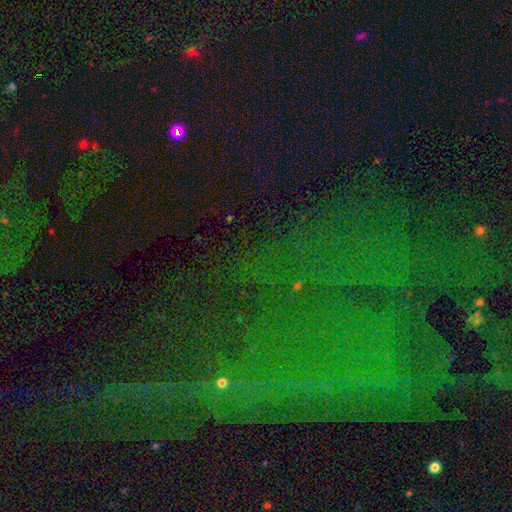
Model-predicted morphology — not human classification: type=star or artifact (82%).